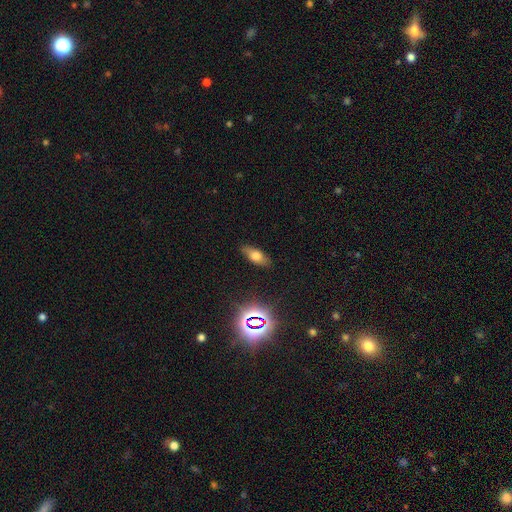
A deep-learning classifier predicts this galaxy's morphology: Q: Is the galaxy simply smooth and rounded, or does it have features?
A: smooth — 64%.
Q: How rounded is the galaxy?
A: in between — 77%.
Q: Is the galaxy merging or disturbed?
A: none — 85%.